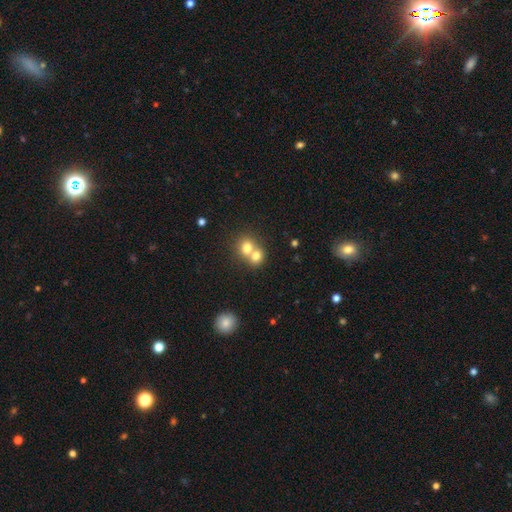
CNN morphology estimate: smooth_or_featured: smooth (p=0.73) [alt: featured or disk p=0.16]
how_rounded: round (p=0.70) [alt: in between p=0.30]
merging: merger (p=0.65) [alt: none p=0.28]